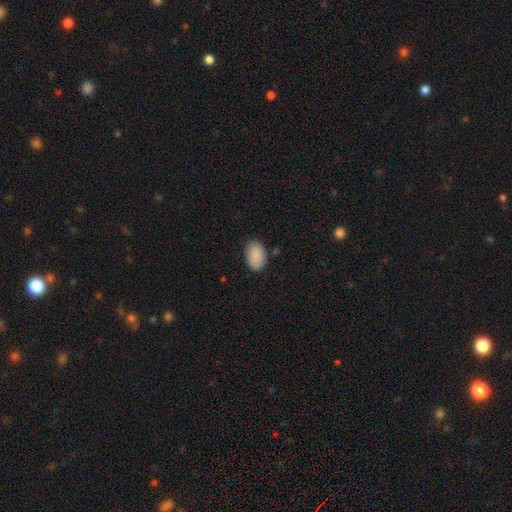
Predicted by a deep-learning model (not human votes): A smooth galaxy with no disk features (90%) that is in between round and cigar-shaped (90%). Merging: none (80%).